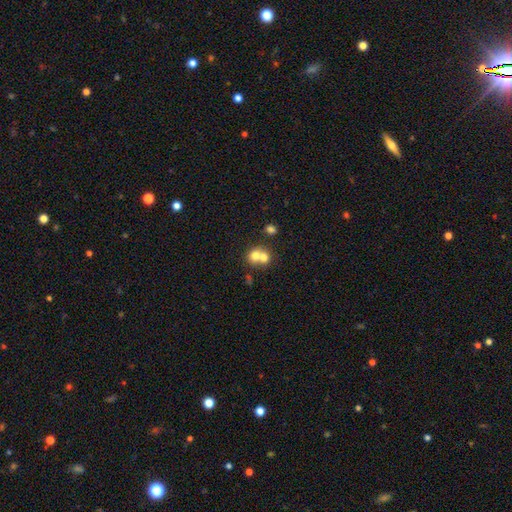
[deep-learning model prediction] A smooth galaxy with no disk features (70%) that is round (76%). Merging: merger (64%).